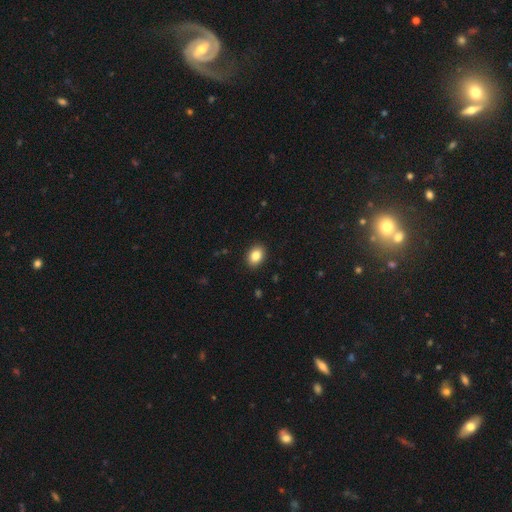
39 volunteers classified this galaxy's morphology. Smooth or featured? 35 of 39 (90%) said smooth. How rounded? 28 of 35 (80%) said in between. Merging? 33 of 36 (92%) said none.